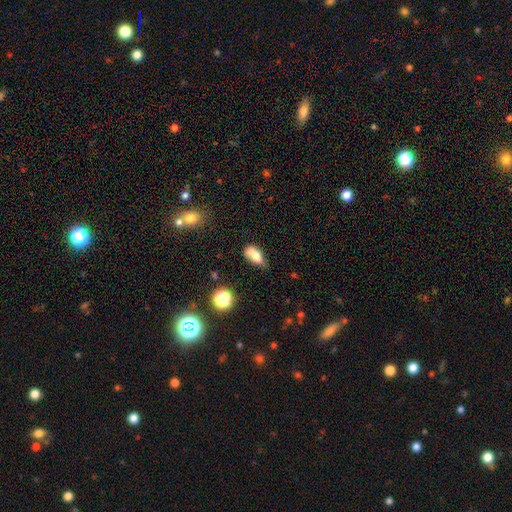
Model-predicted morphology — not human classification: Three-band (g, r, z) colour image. It shows a smooth galaxy with no disk features (75%) that is in between round and cigar-shaped (85%). Merging: none (44%).